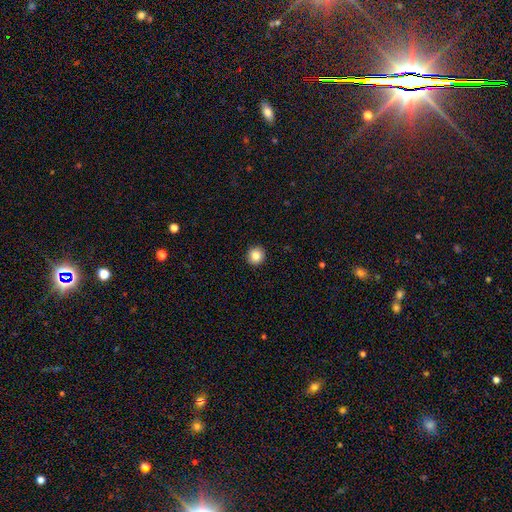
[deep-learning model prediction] Smooth or featured?
  - smooth: 84% *
  - star or artifact: 10%
  - featured or disk: 6%
How rounded?
  - round: 93% *
  - in between: 6%
  - cigar-shaped: 1%
Merging?
  - none: 93% *
  - minor disturbance: 5%
  - major disturbance: 2%
  - merger: 1%